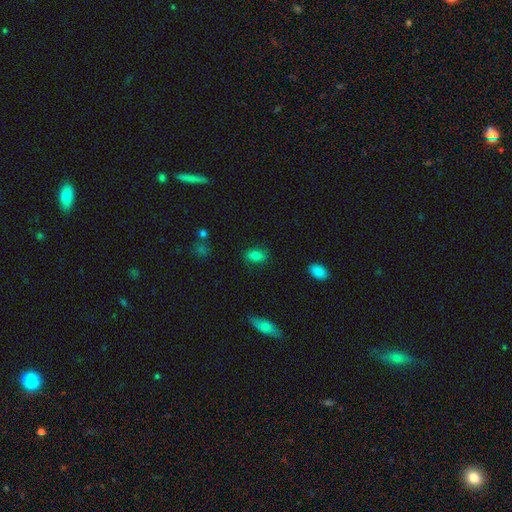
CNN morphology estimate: Smooth or featured? smooth (80%)
How rounded? in between (84%)
Merging? none (84%)